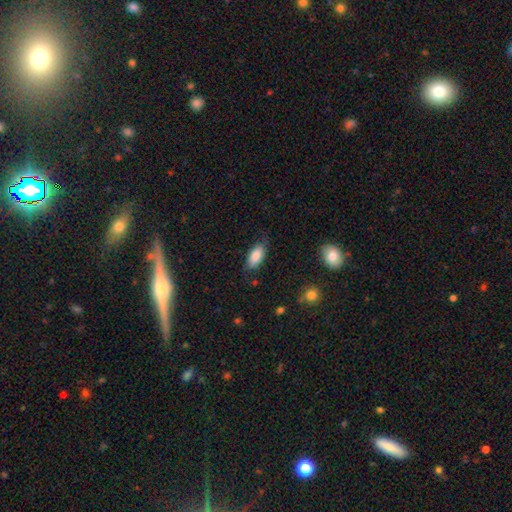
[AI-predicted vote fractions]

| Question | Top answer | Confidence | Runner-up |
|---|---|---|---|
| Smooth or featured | smooth | 84% | featured or disk (9%) |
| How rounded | in between | 88% | cigar-shaped (10%) |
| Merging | none | 73% | minor disturbance (20%) |